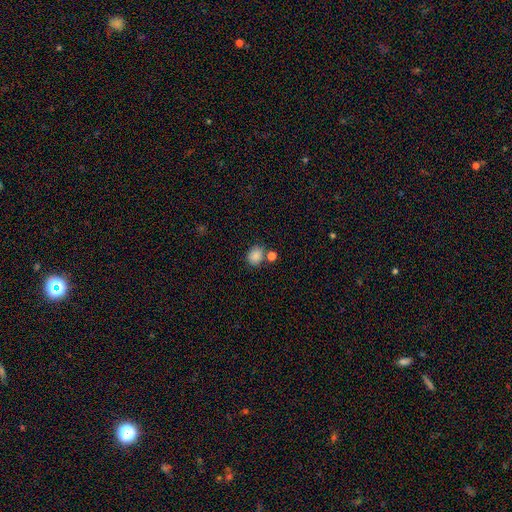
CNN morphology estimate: This appears to be a smooth galaxy with no disk features (85%) that is round (63%). Merging: none (68%).